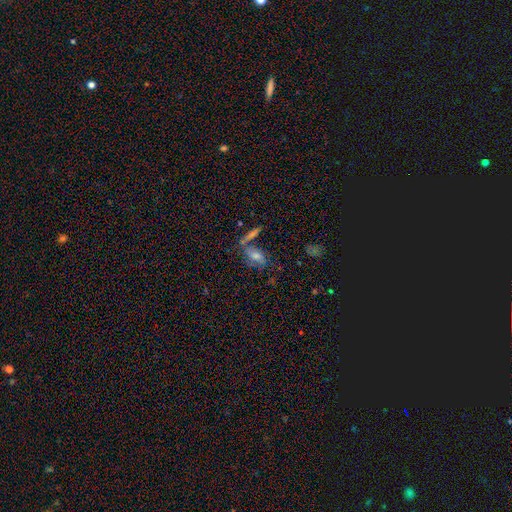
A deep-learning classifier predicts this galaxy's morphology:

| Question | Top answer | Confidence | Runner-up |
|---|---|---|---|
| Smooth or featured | featured or disk | 49% | smooth (35%) |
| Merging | none | 51% | merger (23%) |